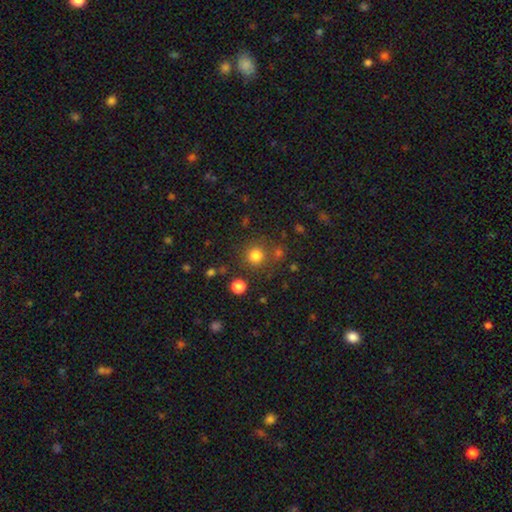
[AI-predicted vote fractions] This appears to be a smooth galaxy with no disk features (79%) that is round (93%). Merging: none (80%).